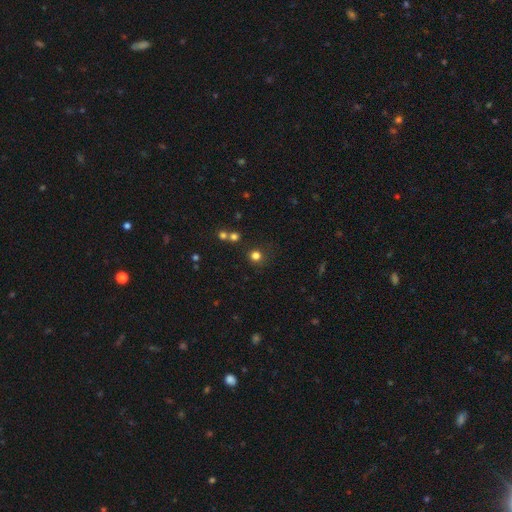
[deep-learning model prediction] Overall: smooth (75%). How rounded: round (92%). Merging: none (80%).